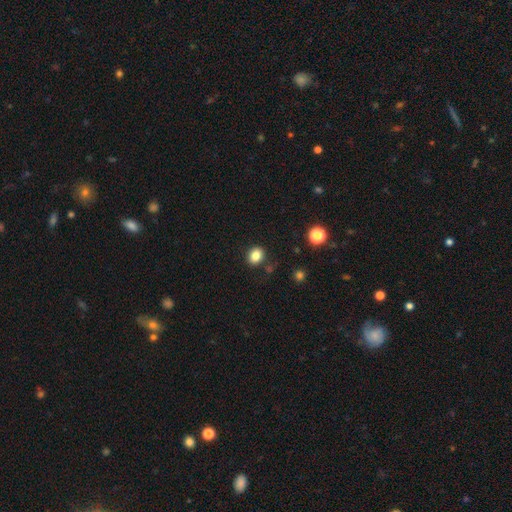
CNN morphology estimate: Q: Smooth or featured?
A: smooth (84%); runner-up: star or artifact (11%)
Q: How rounded?
A: round (58%); runner-up: in between (41%)
Q: Merging?
A: none (86%); runner-up: minor disturbance (9%)